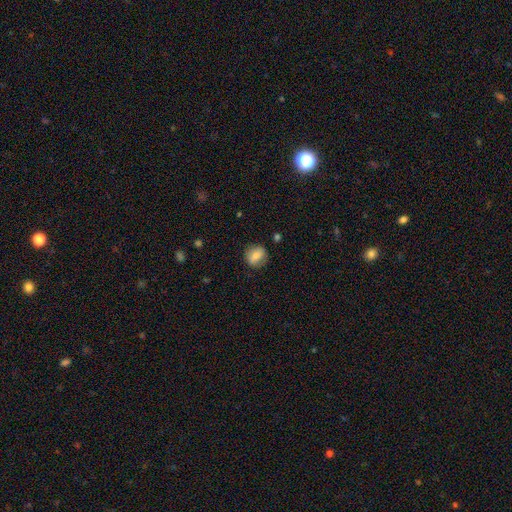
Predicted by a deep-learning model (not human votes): Smooth or featured? Predicted: smooth (p=0.74). How rounded? Predicted: round (p=0.65). Merging? Predicted: none (p=0.78).